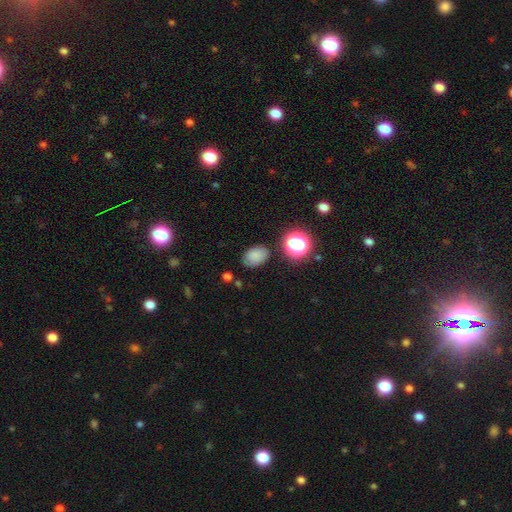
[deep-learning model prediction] A smooth galaxy with no disk features (80%) that is in between round and cigar-shaped (77%). Merging: none (77%).